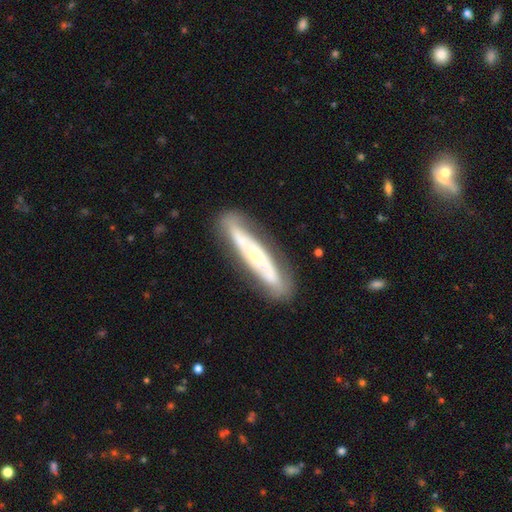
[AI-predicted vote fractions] The model was most divided on "edge-on disk": no: 54%, yes: 46%. More confident: merging — none (77%); smooth or featured — featured or disk (67%).